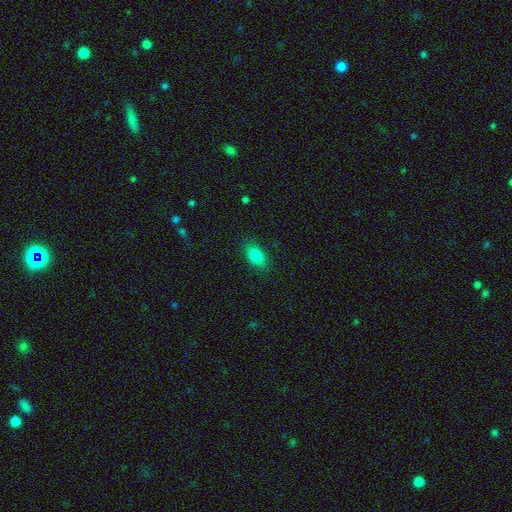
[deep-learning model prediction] Smooth or featured? Predicted: smooth (p=0.85). How rounded? Predicted: in between (p=0.88). Merging? Predicted: none (p=0.86).